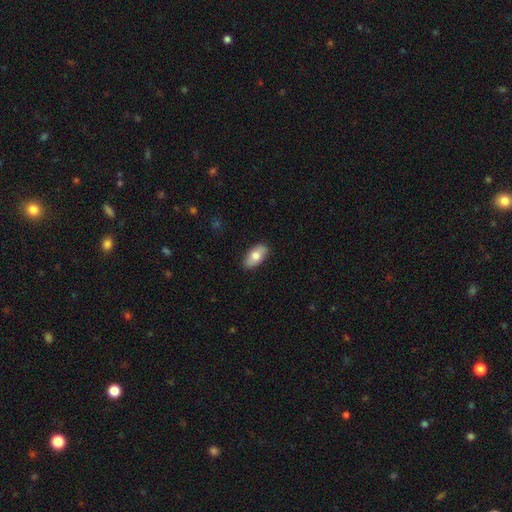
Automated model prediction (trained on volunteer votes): smooth 76%, featured or disk 18%, star or artifact 6%. Down the decision tree: how rounded — in between (93%); merging — none (87%).